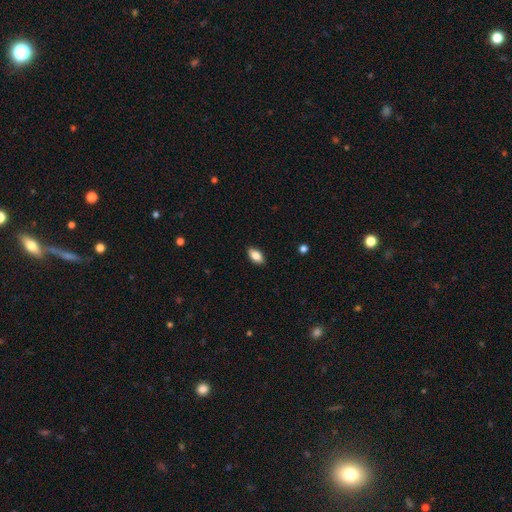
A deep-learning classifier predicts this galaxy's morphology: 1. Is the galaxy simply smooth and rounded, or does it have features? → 85% smooth, 8% featured or disk, 7% star or artifact.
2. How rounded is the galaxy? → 92% in between, 4% cigar-shaped, 4% round.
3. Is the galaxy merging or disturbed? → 89% none, 8% minor disturbance, 2% major disturbance, 1% merger.